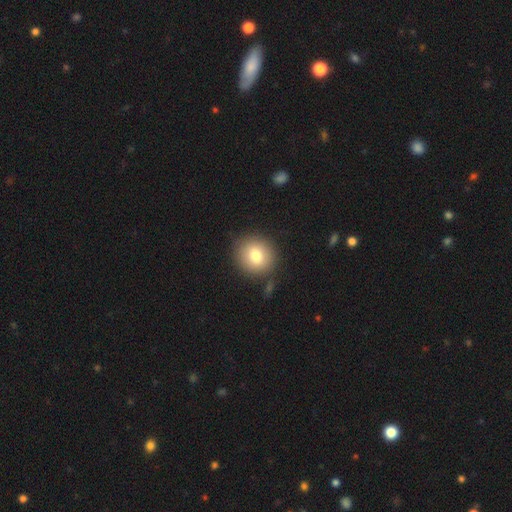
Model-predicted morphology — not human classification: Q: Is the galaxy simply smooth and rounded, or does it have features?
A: smooth — 79%.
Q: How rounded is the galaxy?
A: round — 86%.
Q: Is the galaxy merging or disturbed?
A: none — 84%.